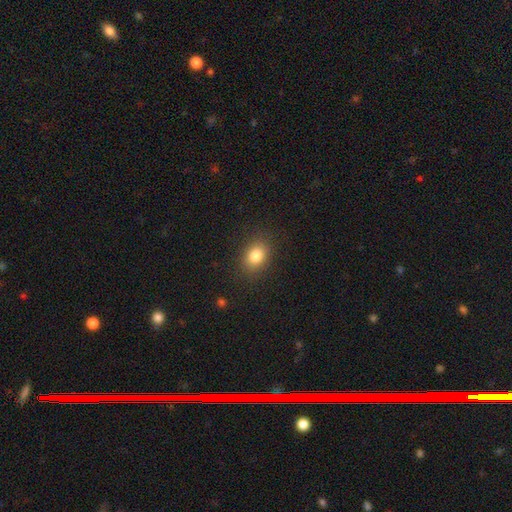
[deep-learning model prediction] Q: Smooth or featured?
A: smooth (82%); runner-up: star or artifact (10%)
Q: How rounded?
A: in between (65%); runner-up: round (33%)
Q: Merging?
A: none (86%); runner-up: minor disturbance (10%)